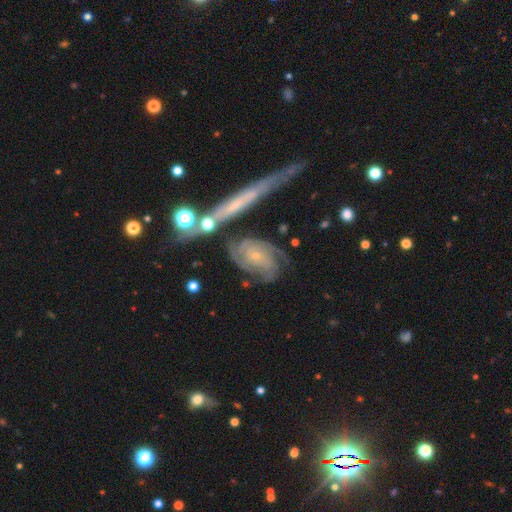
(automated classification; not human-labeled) Smooth or featured? featured or disk (85%)
Edge-on disk? no (94%)
Bar? no (70%)
Spiral arms? yes (96%)
Spiral winding? tight (64%)
Spiral arm count? 3 (27%, tied with 2)
Bulge size? small (77%)
Merging? none (59%)